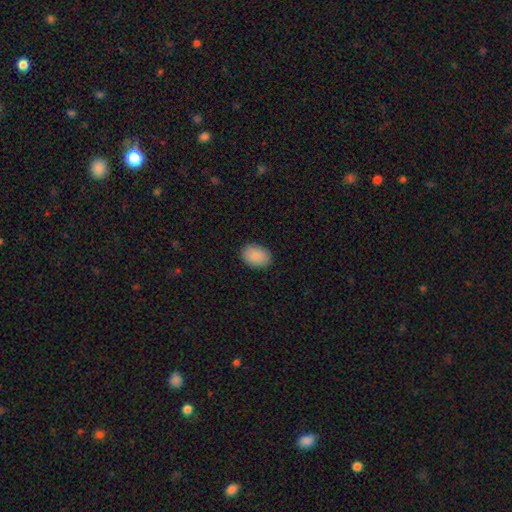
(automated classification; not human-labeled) A smooth galaxy with no disk features (90%) that is in between round and cigar-shaped (81%). Merging: none (89%).